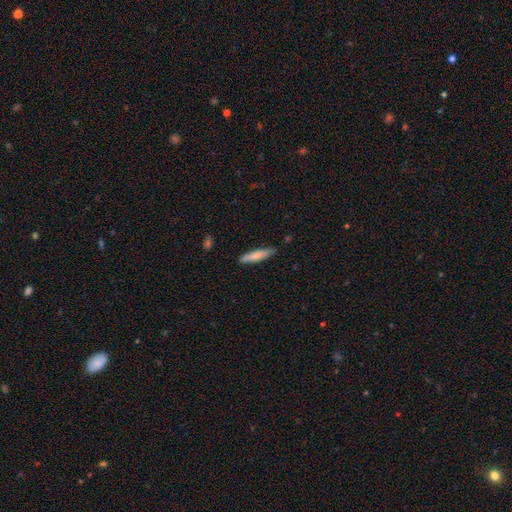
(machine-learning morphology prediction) A smooth galaxy with no disk features (77%) that is cigar-shaped (82%). Merging: none (84%).